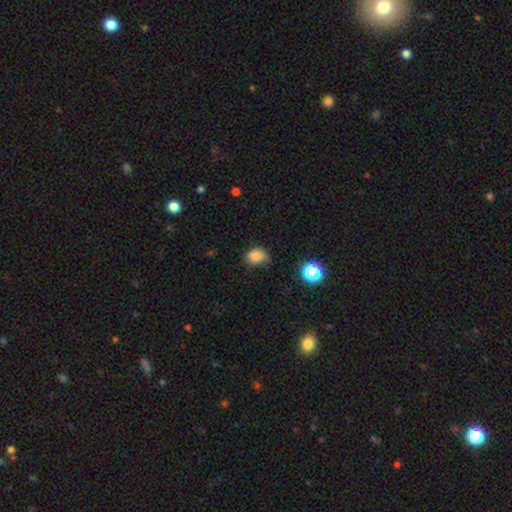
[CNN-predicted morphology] Smooth or featured?
  - smooth: 81% *
  - star or artifact: 12%
  - featured or disk: 7%
How rounded?
  - in between: 58% *
  - round: 41%
  - cigar-shaped: 1%
Merging?
  - none: 50% *
  - minor disturbance: 37%
  - major disturbance: 10%
  - merger: 2%